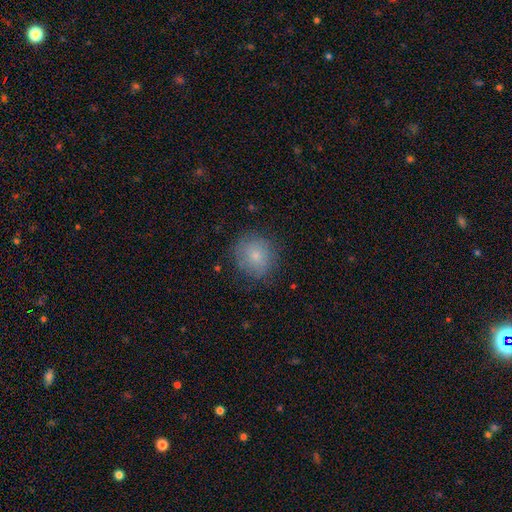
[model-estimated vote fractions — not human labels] smooth-or-featured: smooth: 77% | featured or disk: 14% | star or artifact: 9%
  how-rounded: round: 85% | in between: 14% | cigar-shaped: 1%
  merging: none: 79% | minor disturbance: 15% | major disturbance: 5% | merger: 1%